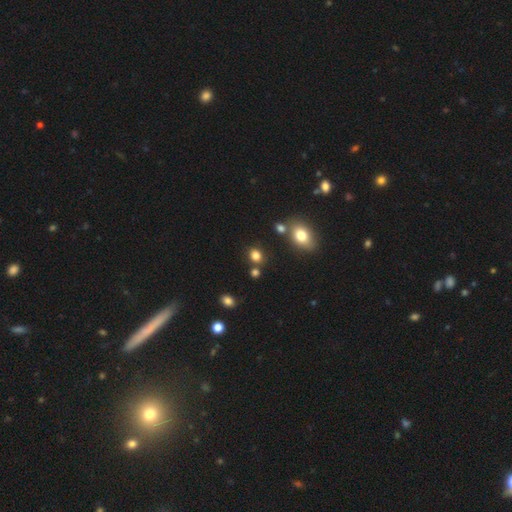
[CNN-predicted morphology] smooth 81%, star or artifact 14%, featured or disk 5%. Down the decision tree: how rounded — round (65%); merging — none (76%).